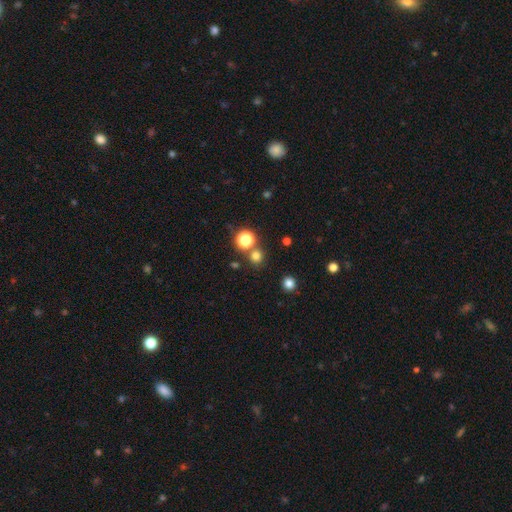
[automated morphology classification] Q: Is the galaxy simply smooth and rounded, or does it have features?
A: smooth — 72%.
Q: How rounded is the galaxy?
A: round — 91%.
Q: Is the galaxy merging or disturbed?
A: none — 76%.